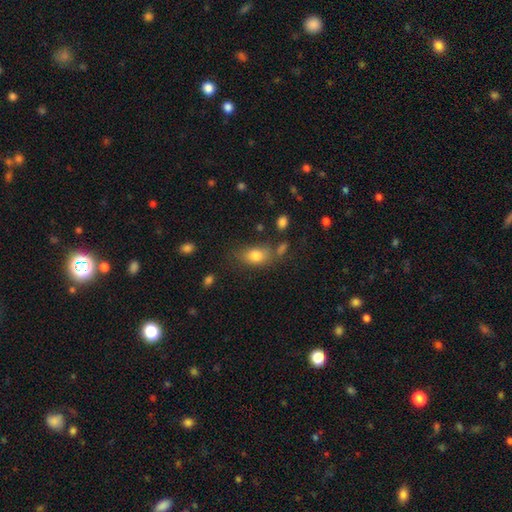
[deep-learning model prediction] A smooth galaxy with no disk features (81%) that is in between round and cigar-shaped (82%). Merging: none (65%).